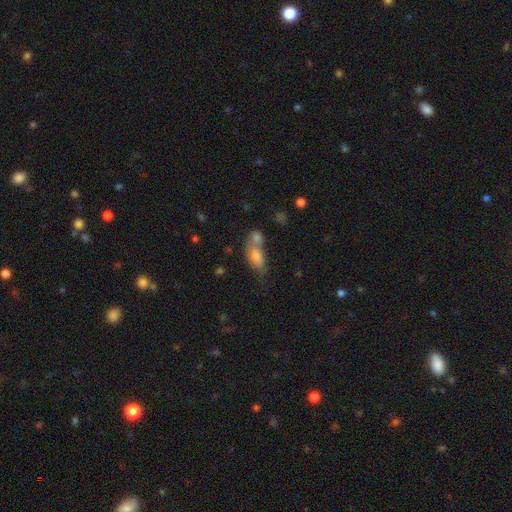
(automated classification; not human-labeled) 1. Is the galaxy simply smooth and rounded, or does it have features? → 75% smooth, 17% featured or disk, 9% star or artifact.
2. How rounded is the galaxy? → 83% in between, 9% cigar-shaped, 8% round.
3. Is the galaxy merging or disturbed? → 52% merger, 29% none, 12% minor disturbance, 7% major disturbance.